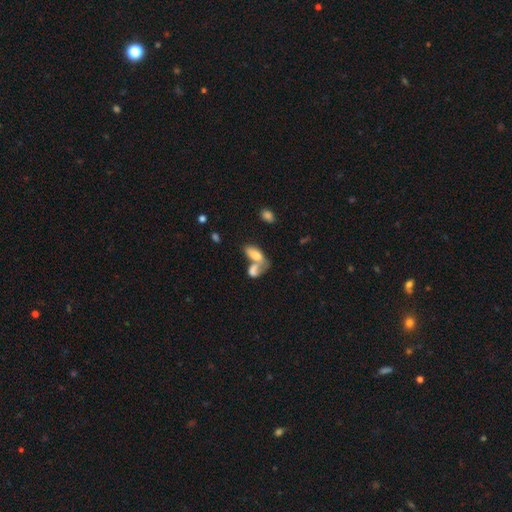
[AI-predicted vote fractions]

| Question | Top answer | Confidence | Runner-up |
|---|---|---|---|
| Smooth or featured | smooth | 72% | featured or disk (19%) |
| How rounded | in between | 89% | cigar-shaped (7%) |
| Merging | merger | 63% | none (21%) |